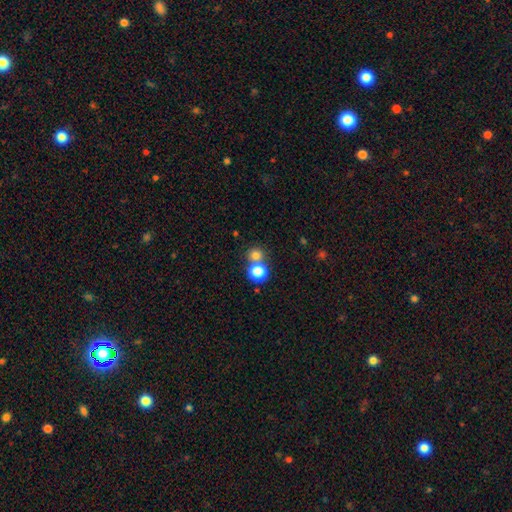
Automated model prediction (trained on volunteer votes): Overall: smooth (77%). How rounded: round (89%). Merging: none (57%; merger 34%).